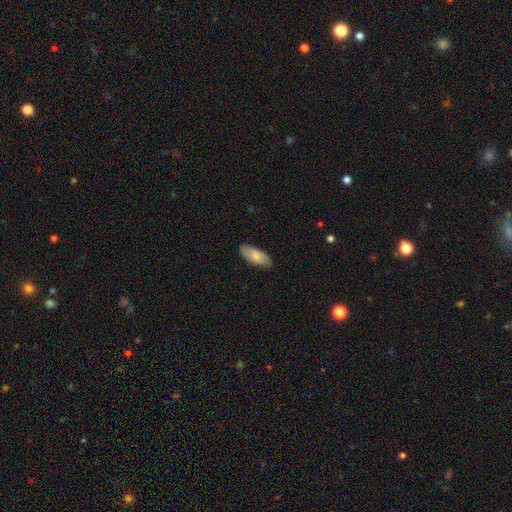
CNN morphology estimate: smooth-or-featured: smooth: 71% | featured or disk: 23% | star or artifact: 6%
  how-rounded: in between: 84% | cigar-shaped: 14% | round: 2%
  merging: none: 84% | minor disturbance: 13% | major disturbance: 2% | merger: 1%